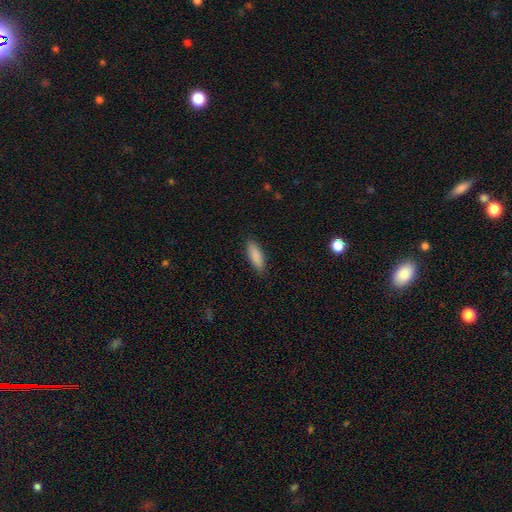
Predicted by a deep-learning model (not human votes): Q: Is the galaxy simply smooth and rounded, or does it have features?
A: smooth — 88%.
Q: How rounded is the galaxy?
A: in between — 64%.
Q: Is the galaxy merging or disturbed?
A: none — 87%.